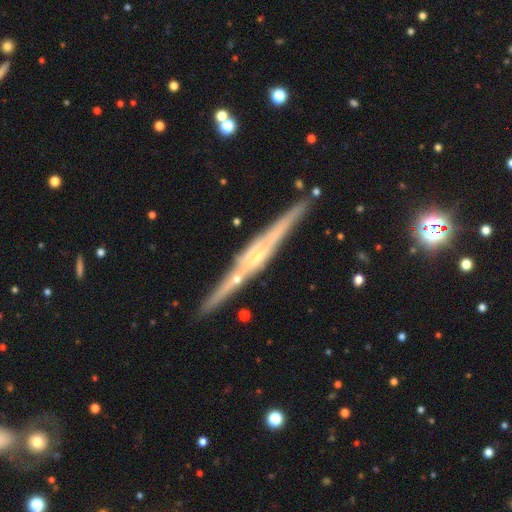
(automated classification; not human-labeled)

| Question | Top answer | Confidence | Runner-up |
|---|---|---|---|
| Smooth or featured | featured or disk | 83% | smooth (12%) |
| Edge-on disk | yes | 98% | no (2%) |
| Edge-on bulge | rounded | 52% | boxy (27%) |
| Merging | none | 87% | minor disturbance (8%) |